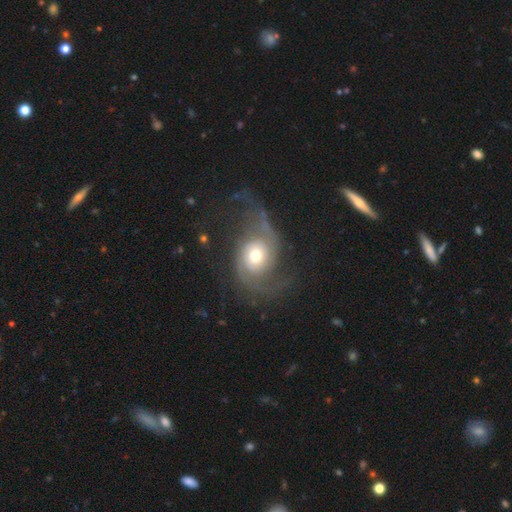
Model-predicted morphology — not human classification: A featured or disk galaxy (77%) with no bar (75%), 2 (77%) loose (44%) spiral arms (91%) and a moderate central bulge (65%).

Vote fractions:
- Smooth or featured? featured or disk: 77% / smooth: 16% / star or artifact: 6%
- Edge-on disk? no: 97% / yes: 3%
- Bar? no: 75% / weak: 20% / strong: 5%
- Spiral arms? yes: 91% / no: 9%
- Spiral winding? loose: 44% / medium: 37% / tight: 19%
- Spiral arm count? 2: 77% / can't tell: 8% / 1: 7% / 3: 4% / 4: 2% / more than 4: 2%
- Bulge size? moderate: 65% / small: 17% / large: 15% / dominant: 2% / none: 1%
- Merging? none: 45% / major disturbance: 34% / minor disturbance: 17% / merger: 3%